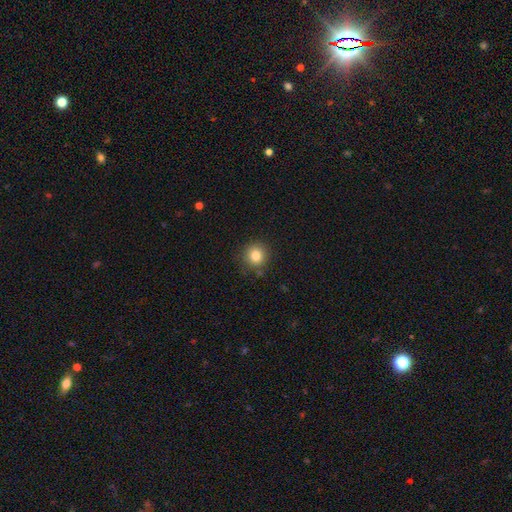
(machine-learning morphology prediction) Q: Smooth or featured?
A: smooth (82%); runner-up: star or artifact (12%)
Q: How rounded?
A: round (93%); runner-up: in between (6%)
Q: Merging?
A: none (87%); runner-up: minor disturbance (8%)